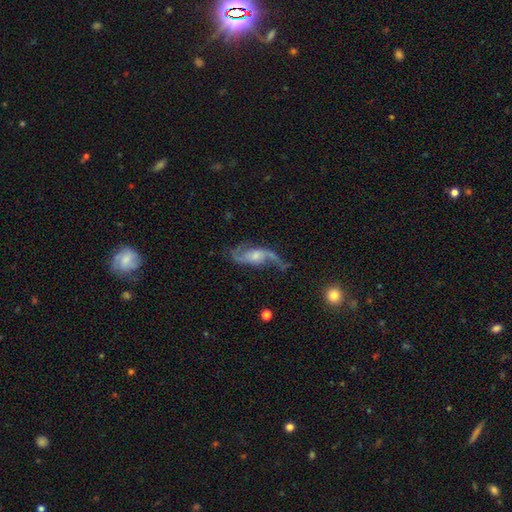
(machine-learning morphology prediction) A featured or disk galaxy (84%) with no bar (53%), 2 (87%) loose (73%) spiral arms (94%) and a moderate central bulge (43%). Merging: none (55%).